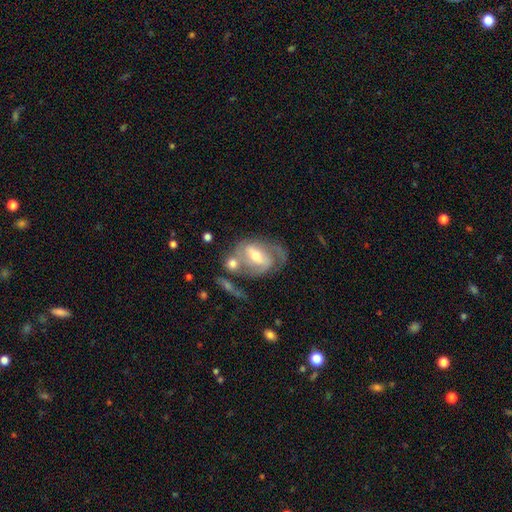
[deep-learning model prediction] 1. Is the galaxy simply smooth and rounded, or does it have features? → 79% featured or disk, 14% smooth, 7% star or artifact.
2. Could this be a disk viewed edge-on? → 95% no, 5% yes.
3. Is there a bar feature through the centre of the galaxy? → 41% weak, 38% strong, 21% no.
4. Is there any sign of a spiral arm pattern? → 87% yes, 13% no.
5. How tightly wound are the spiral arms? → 44% medium, 39% tight, 17% loose.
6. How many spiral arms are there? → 68% 2, 15% can't tell, 10% 1, 5% 3, 1% 4, 1% more than 4.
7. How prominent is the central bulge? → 61% moderate, 30% small, 6% large, 2% none, 1% dominant.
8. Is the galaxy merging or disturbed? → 48% none, 19% merger, 17% minor disturbance, 15% major disturbance.